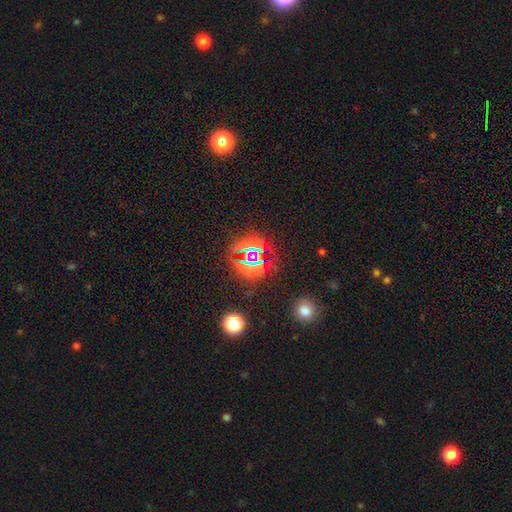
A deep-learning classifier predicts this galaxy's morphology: The model was most divided on "smooth or featured": star or artifact: 77%, smooth: 14%, featured or disk: 9%.